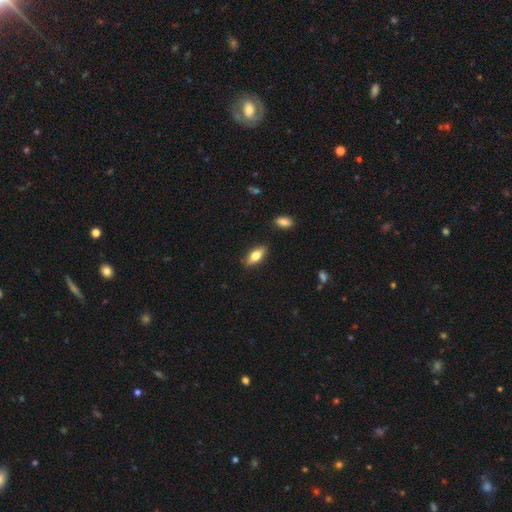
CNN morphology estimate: Smooth or featured: smooth — 71% (featured or disk — 22%)
How rounded: in between — 79% (cigar-shaped — 18%)
Merging: none — 85% (minor disturbance — 11%)